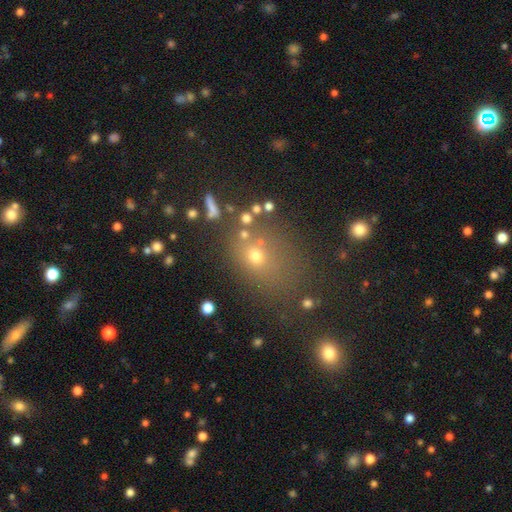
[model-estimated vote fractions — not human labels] This appears to be a smooth galaxy with no disk features (61%) that is round (49%, tied with in between). Merging: none (62%).